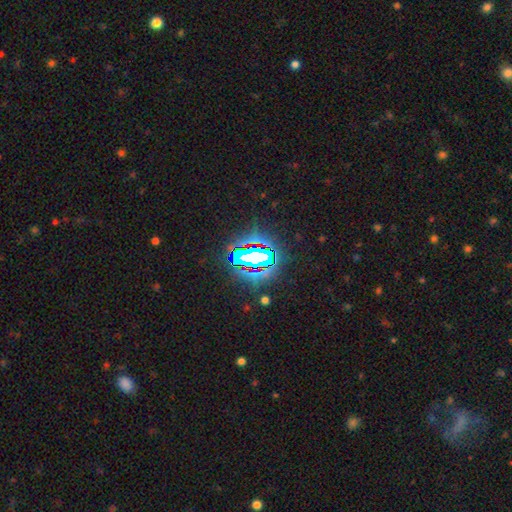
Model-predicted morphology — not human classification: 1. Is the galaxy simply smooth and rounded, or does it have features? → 72% star or artifact, 15% smooth, 13% featured or disk.